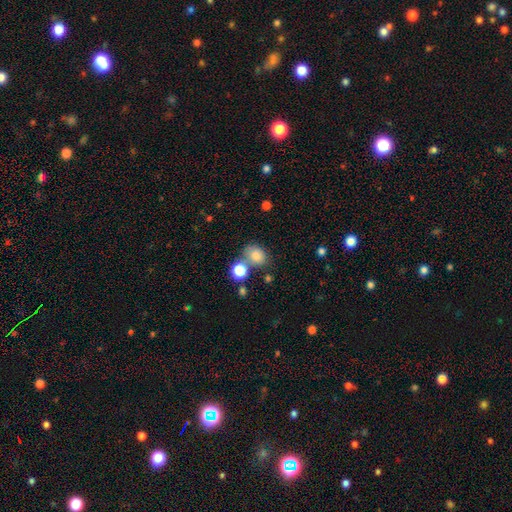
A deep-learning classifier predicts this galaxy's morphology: This appears to be a smooth galaxy with no disk features (79%) that is round (56%). Merging: none (58%).